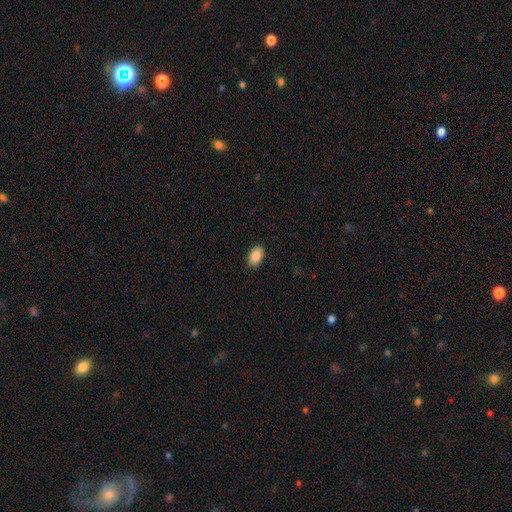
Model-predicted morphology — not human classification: This is clearly a smooth galaxy (89%). How rounded: clearly in between (92%). Merging: clearly none (88%).